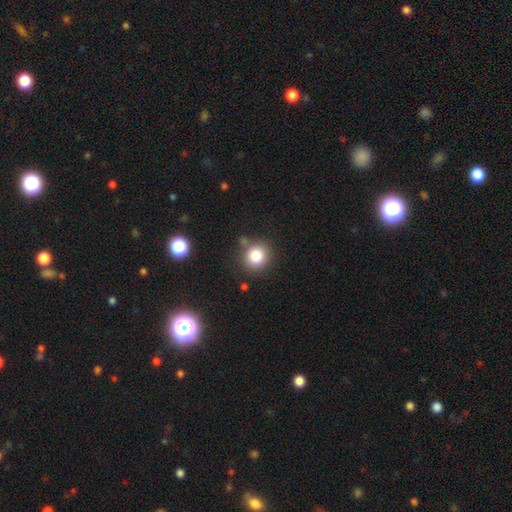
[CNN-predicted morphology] This appears to be a smooth galaxy with no disk features (82%) that is round (87%). Merging: none (78%).